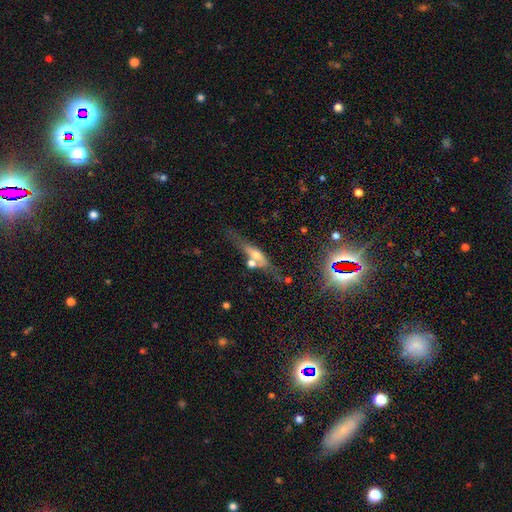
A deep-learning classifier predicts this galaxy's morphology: The model was most divided on "smooth or featured": featured or disk: 50%, smooth: 39%, star or artifact: 11%. Remaining: edge-on disk — yes (75%); merging — none (49%).